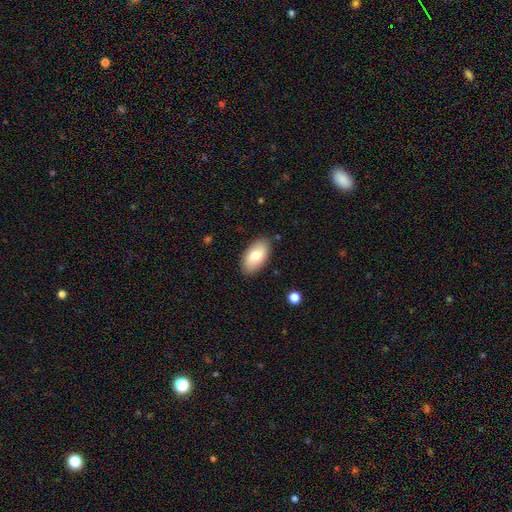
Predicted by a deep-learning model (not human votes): This is likely a smooth galaxy (75%). How rounded: clearly in between (94%). Merging: clearly none (86%).